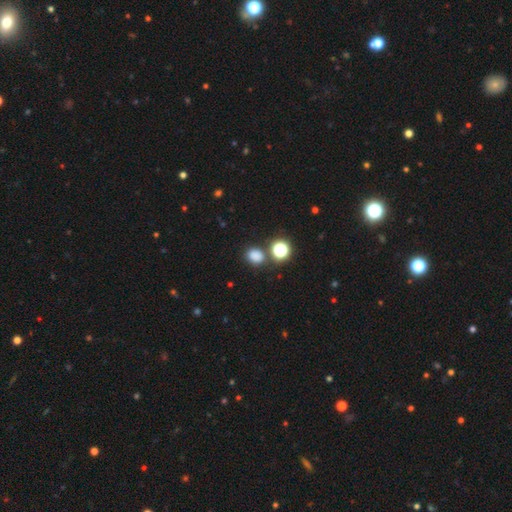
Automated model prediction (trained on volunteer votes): This appears to be a smooth galaxy with no disk features (79%) that is round (59%). Merging: none (78%).